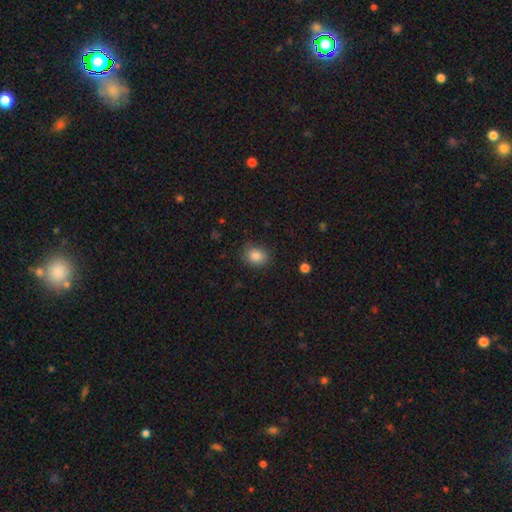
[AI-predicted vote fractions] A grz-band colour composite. It shows a smooth galaxy with no disk features (85%) that is in between round and cigar-shaped (50%). Merging: none (80%).